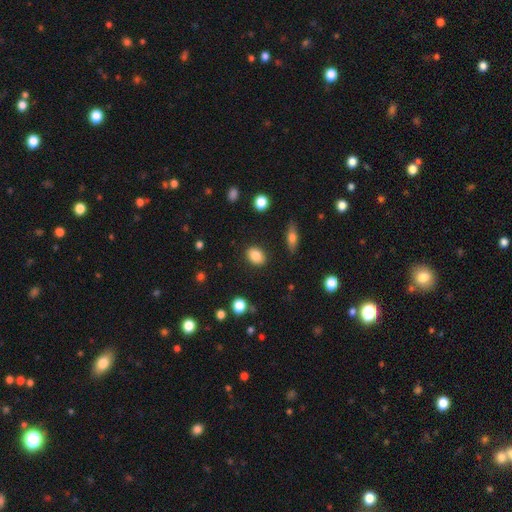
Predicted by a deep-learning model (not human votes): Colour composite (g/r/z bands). It shows a smooth galaxy with no disk features (84%) that is in between round and cigar-shaped (63%). Merging: none (87%).